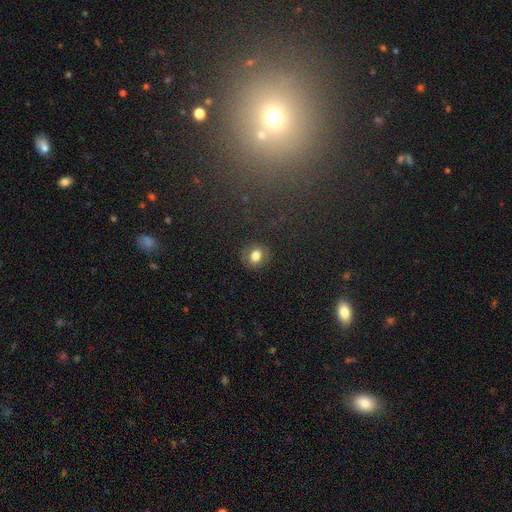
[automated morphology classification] smooth-or-featured: smooth: 74% | featured or disk: 15% | star or artifact: 11%
  how-rounded: round: 73% | in between: 26% | cigar-shaped: 1%
  merging: none: 86% | minor disturbance: 9% | major disturbance: 3% | merger: 1%